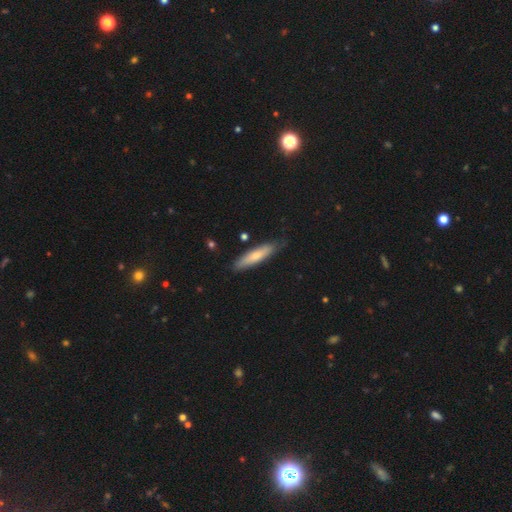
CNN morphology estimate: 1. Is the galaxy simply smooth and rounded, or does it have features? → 69% smooth, 26% featured or disk, 5% star or artifact.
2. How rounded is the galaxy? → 80% cigar-shaped, 18% in between, 1% round.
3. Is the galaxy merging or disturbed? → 79% none, 16% minor disturbance, 3% major disturbance, 2% merger.